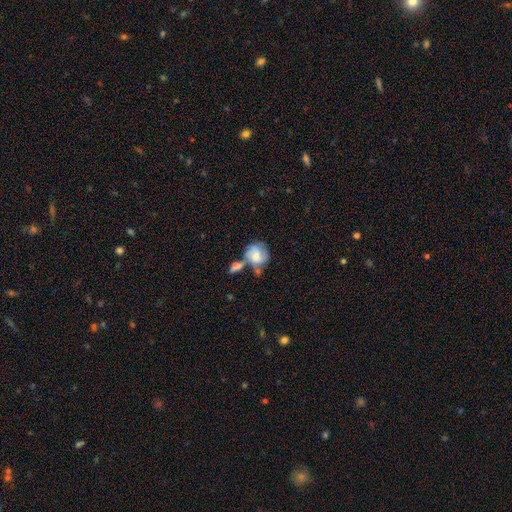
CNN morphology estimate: Q: Smooth or featured?
A: smooth (56%); runner-up: featured or disk (37%)
Q: How rounded?
A: round (69%); runner-up: in between (30%)
Q: Merging?
A: merger (40%); runner-up: none (31%)